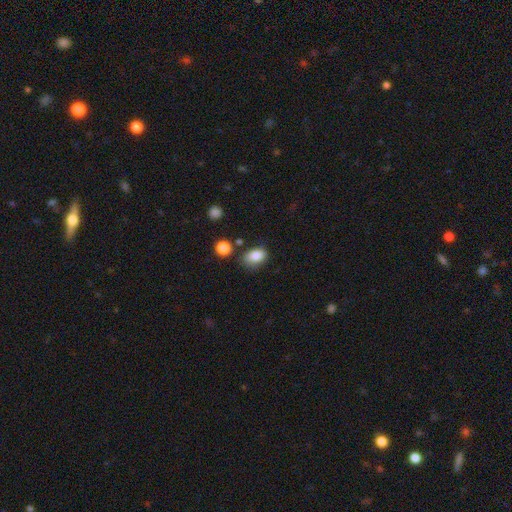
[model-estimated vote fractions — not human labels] Overall: smooth (85%). How rounded: in between (80%). Merging: none (67%).